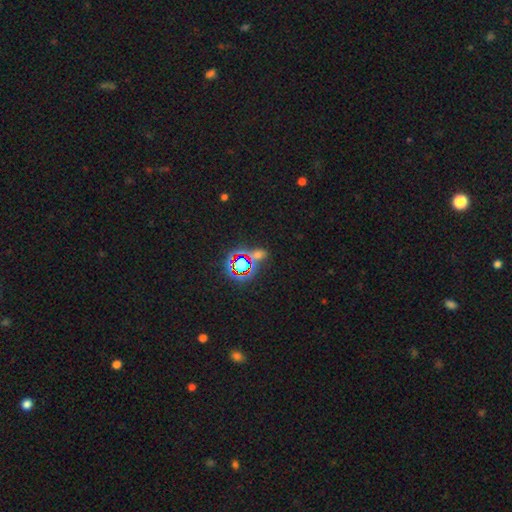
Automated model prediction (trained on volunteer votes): Smooth or featured: star or artifact — 71% (smooth — 20%)